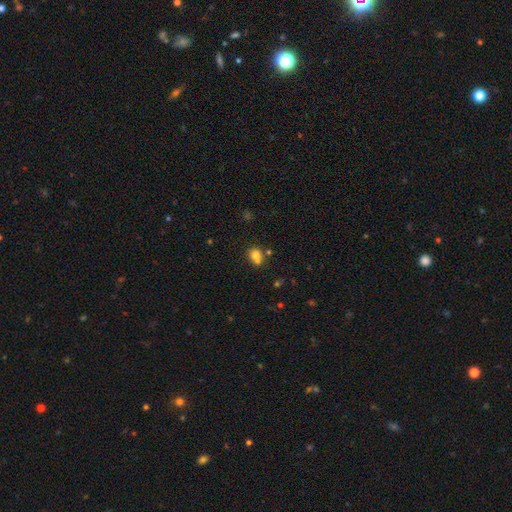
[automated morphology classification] Smooth or featured: smooth — 74% (featured or disk — 13%)
How rounded: round — 63% (in between — 36%)
Merging: none — 44% (merger — 39%)